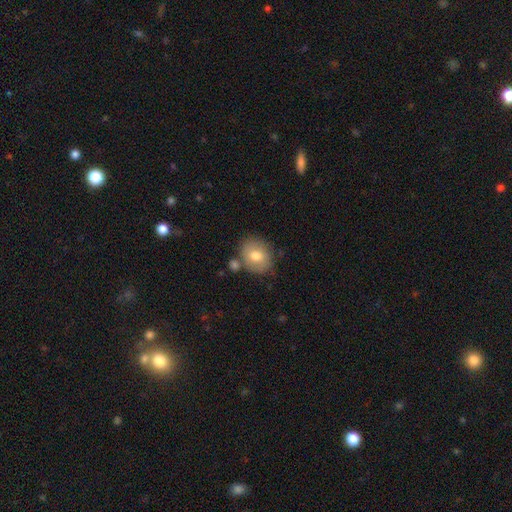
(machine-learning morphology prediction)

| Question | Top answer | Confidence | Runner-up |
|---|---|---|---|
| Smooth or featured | smooth | 73% | featured or disk (19%) |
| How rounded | round | 67% | in between (32%) |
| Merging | none | 71% | minor disturbance (14%) |